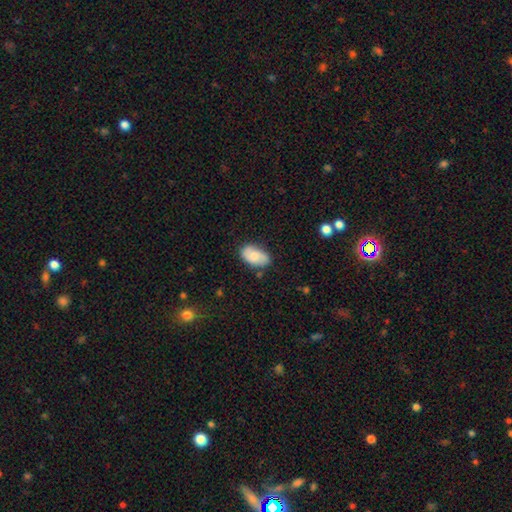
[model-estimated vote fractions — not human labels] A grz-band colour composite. It shows a smooth galaxy with no disk features (67%) that is in between round and cigar-shaped (92%). Merging: none (74%).